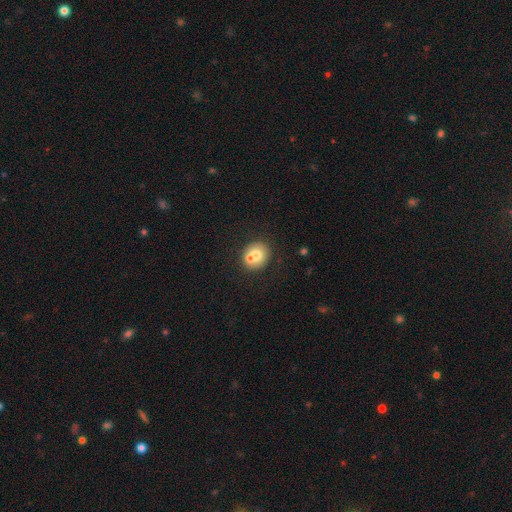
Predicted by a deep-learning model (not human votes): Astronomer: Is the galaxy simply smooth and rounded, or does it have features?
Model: smooth — 68%.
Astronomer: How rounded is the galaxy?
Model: round — 78%.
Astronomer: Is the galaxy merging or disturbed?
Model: none — 50% (runner-up: merger, 38%).